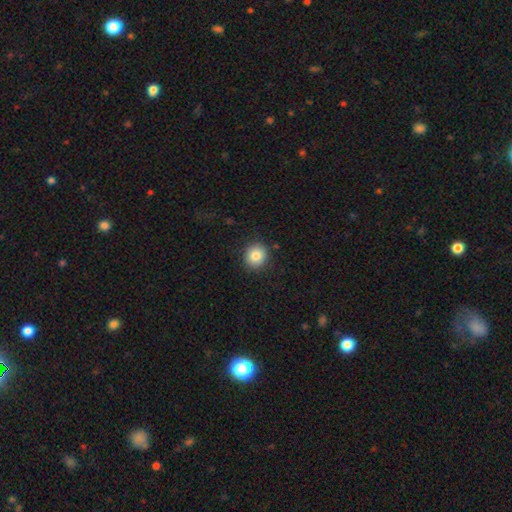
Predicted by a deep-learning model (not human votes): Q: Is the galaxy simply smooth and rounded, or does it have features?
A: smooth — 84%.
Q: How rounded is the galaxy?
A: round — 88%.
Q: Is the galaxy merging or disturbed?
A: none — 89%.